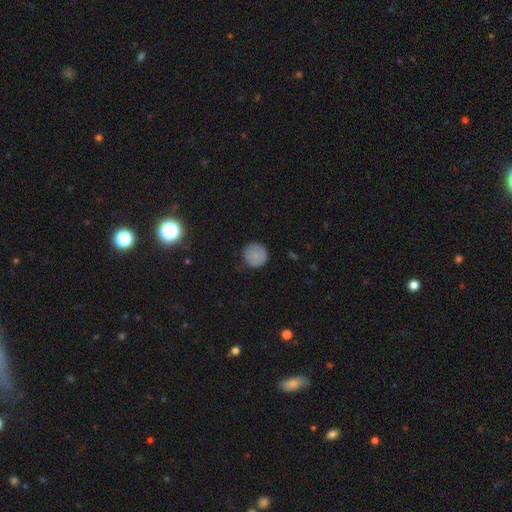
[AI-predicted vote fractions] This appears to be a smooth galaxy with no disk features (82%) that is round (94%). Merging: none (81%).